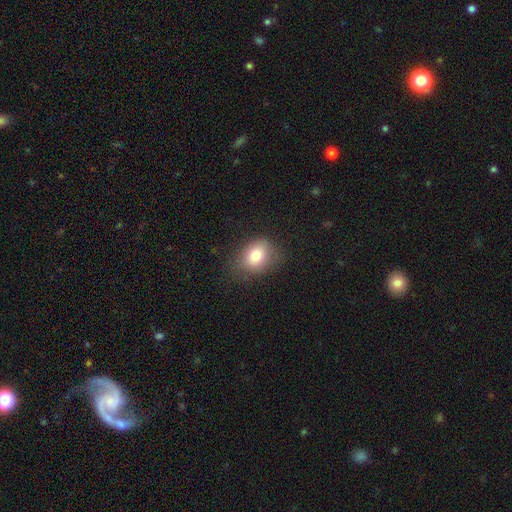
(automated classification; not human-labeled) Smooth or featured: smooth — 79% (featured or disk — 11%)
How rounded: in between — 60% (round — 39%)
Merging: none — 72% (minor disturbance — 20%)